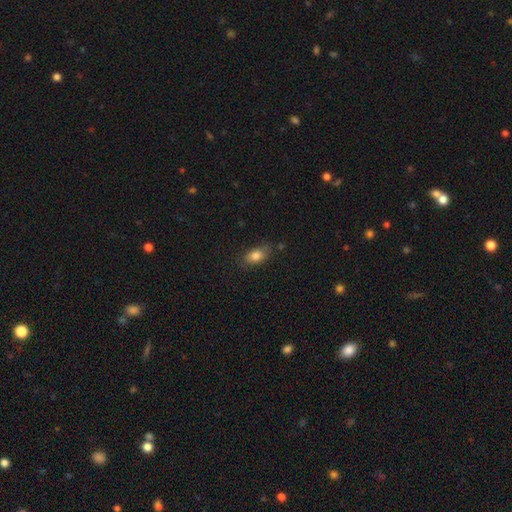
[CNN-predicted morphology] A smooth galaxy with no disk features (82%) that is in between round and cigar-shaped (86%).

Vote fractions:
- Smooth or featured? smooth: 82% / featured or disk: 10% / star or artifact: 8%
- How rounded? in between: 86% / round: 10% / cigar-shaped: 3%
- Merging? none: 73% / minor disturbance: 20% / major disturbance: 5% / merger: 2%